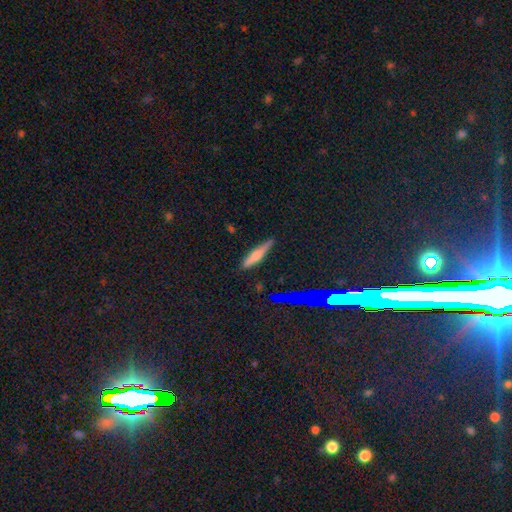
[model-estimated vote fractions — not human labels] A smooth galaxy with no disk features (53%) that is cigar-shaped (84%).

Vote fractions:
- Smooth or featured? smooth: 53% / featured or disk: 36% / star or artifact: 11%
- How rounded? cigar-shaped: 84% / in between: 14% / round: 2%
- Merging? none: 82% / minor disturbance: 13% / major disturbance: 3% / merger: 2%